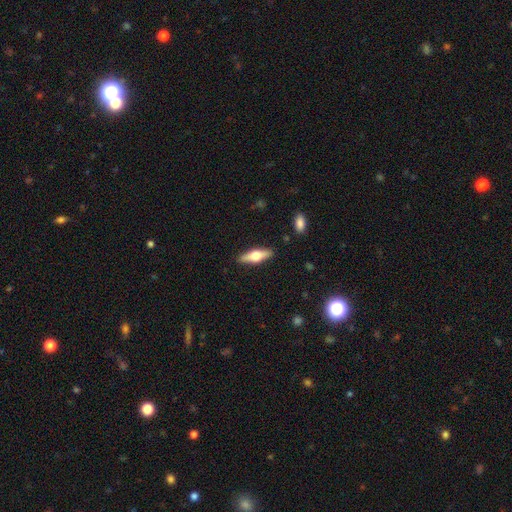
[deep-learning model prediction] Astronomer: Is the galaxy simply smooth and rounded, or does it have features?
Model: featured or disk — 53% (runner-up: smooth, 41%).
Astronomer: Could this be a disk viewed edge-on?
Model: yes — 93%.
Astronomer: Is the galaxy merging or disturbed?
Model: none — 88%.